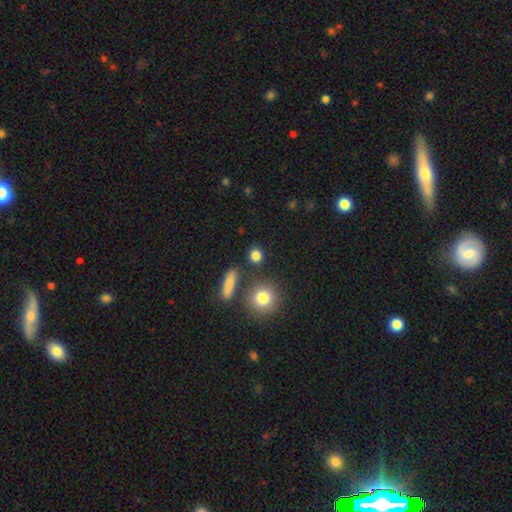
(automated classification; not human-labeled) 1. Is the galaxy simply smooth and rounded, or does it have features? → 82% smooth, 12% star or artifact, 6% featured or disk.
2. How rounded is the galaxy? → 82% round, 15% in between, 3% cigar-shaped.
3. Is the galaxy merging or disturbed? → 81% none, 9% minor disturbance, 7% merger, 3% major disturbance.